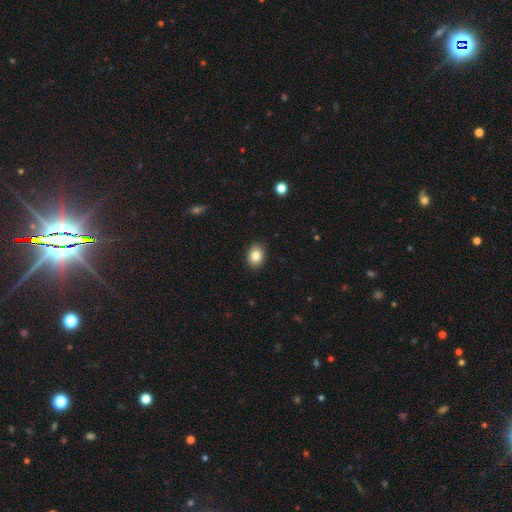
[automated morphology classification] This appears to be a smooth galaxy with no disk features (83%) that is in between round and cigar-shaped (66%). Merging: none (90%).